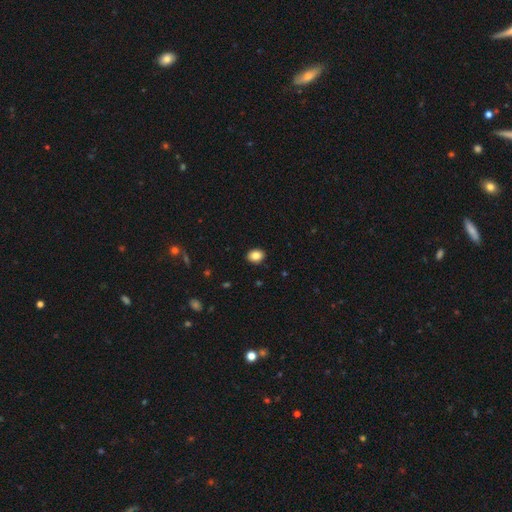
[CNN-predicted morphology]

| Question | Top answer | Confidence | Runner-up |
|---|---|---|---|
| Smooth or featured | smooth | 85% | star or artifact (9%) |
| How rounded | in between | 59% | round (40%) |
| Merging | none | 90% | minor disturbance (7%) |